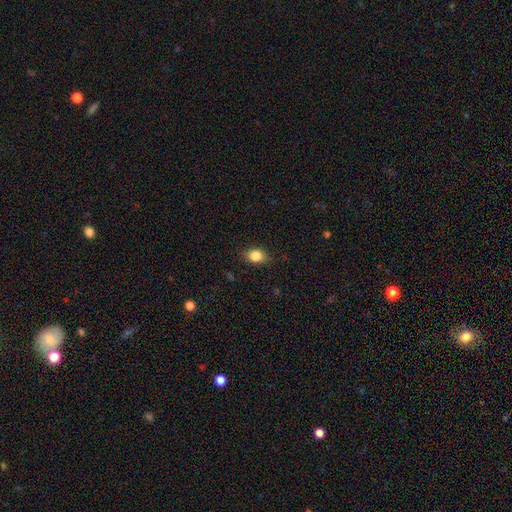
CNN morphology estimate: The model was most divided on "how rounded": in between: 65%, round: 33%, cigar-shaped: 2%. More confident: smooth or featured — smooth (85%); merging — none (83%).